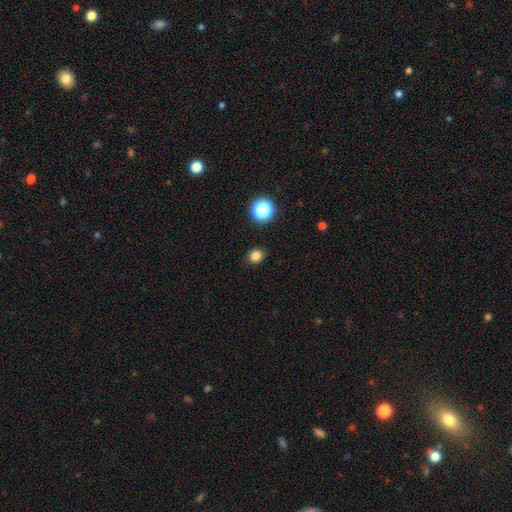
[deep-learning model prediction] Overall: smooth (81%). How rounded: round (68%; in between 31%). Merging: none (89%).